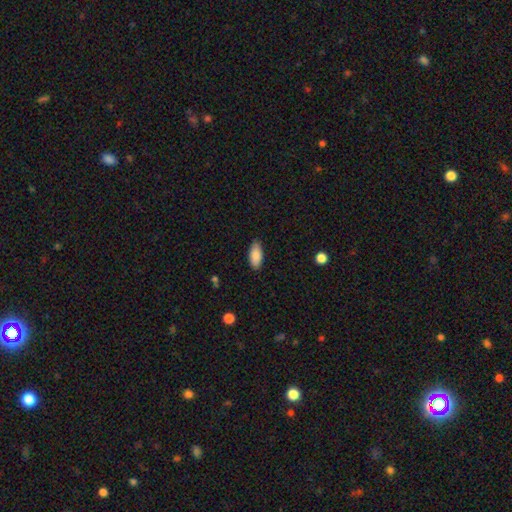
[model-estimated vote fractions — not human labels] The model was most divided on "merging": none: 85%, minor disturbance: 11%, major disturbance: 2%, merger: 1%. More confident: how rounded — in between (90%); smooth or featured — smooth (88%).